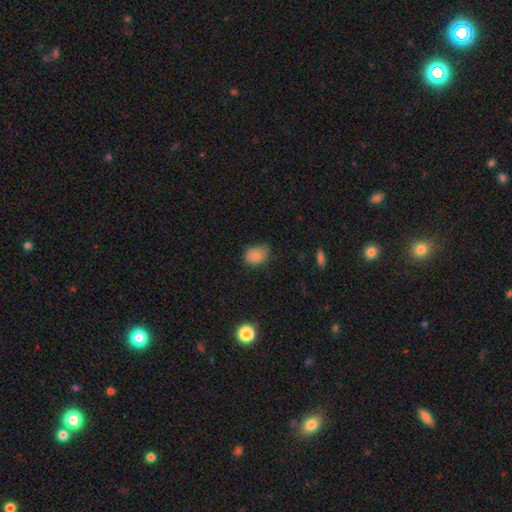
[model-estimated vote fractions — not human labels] Smooth or featured?
  - smooth: 83% *
  - star or artifact: 10%
  - featured or disk: 7%
How rounded?
  - in between: 65% *
  - round: 34%
  - cigar-shaped: 1%
Merging?
  - none: 58% *
  - minor disturbance: 34%
  - major disturbance: 7%
  - merger: 2%